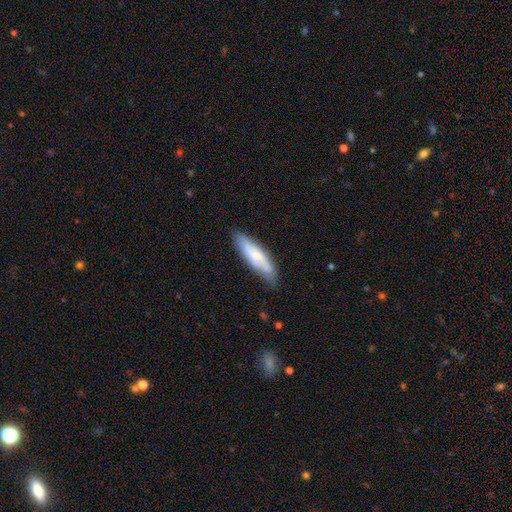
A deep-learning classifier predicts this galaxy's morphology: A smooth galaxy with no disk features (57%) that is cigar-shaped (66%).

Vote fractions:
- Smooth or featured? smooth: 57% / featured or disk: 37% / star or artifact: 6%
- How rounded? cigar-shaped: 66% / in between: 32% / round: 2%
- Merging? none: 73% / minor disturbance: 21% / major disturbance: 4% / merger: 2%